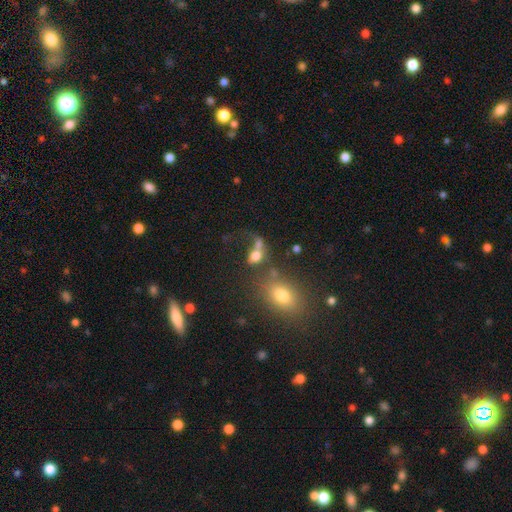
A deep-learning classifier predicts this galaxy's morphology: The model was most divided on "merging": merger: 43%, none: 26%, major disturbance: 20%, minor disturbance: 12%. More confident: how rounded — in between (70%); smooth or featured — smooth (67%).